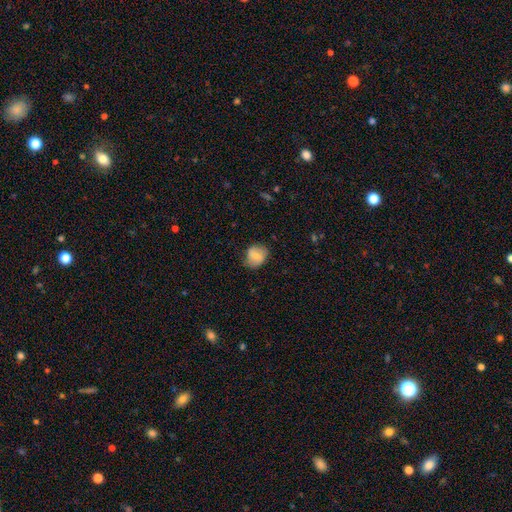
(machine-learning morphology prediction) smooth 63%, featured or disk 29%, star or artifact 8%. Down the decision tree: how rounded — round (60%); merging — none (72%).